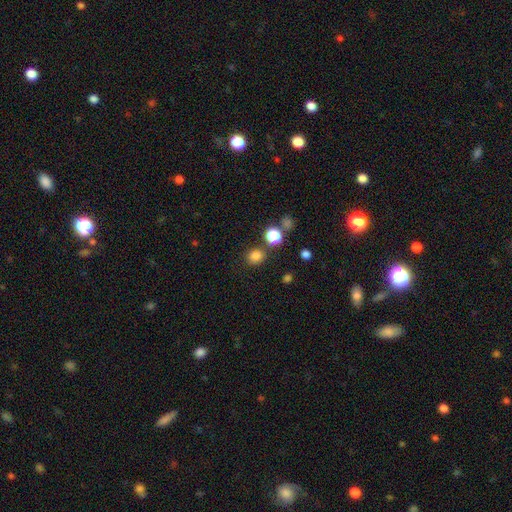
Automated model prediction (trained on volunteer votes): smooth_or_featured: smooth (p=0.80) [alt: star or artifact p=0.15]
how_rounded: round (p=0.80) [alt: in between p=0.19]
merging: none (p=0.82) [alt: minor disturbance p=0.08]